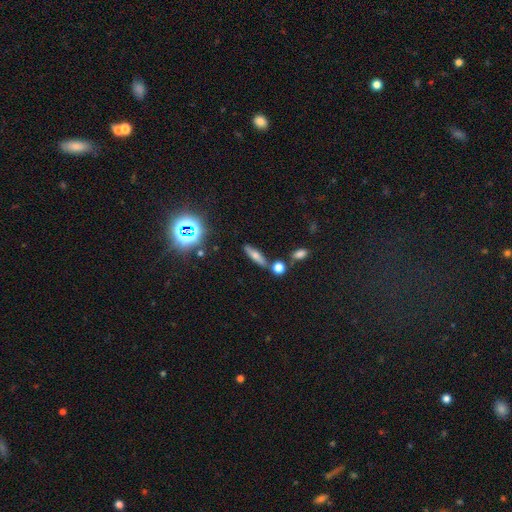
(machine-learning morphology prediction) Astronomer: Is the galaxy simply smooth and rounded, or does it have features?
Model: smooth — 54% (runner-up: featured or disk, 30%).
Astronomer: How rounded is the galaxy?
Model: cigar-shaped — 66%.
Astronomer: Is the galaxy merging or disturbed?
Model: none — 75%.